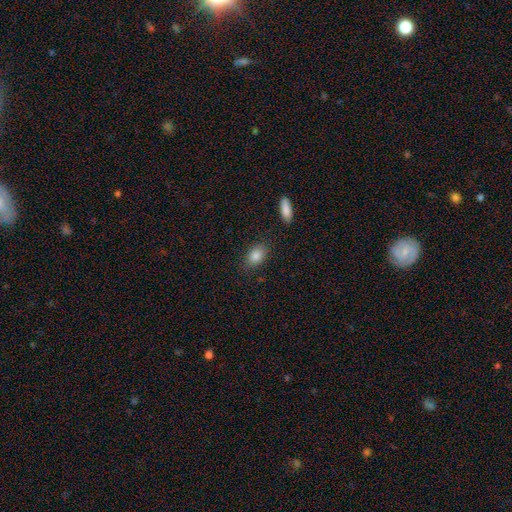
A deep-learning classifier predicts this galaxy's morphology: Smooth or featured: smooth — 86% (star or artifact — 8%)
How rounded: in between — 84% (round — 14%)
Merging: none — 82% (minor disturbance — 13%)